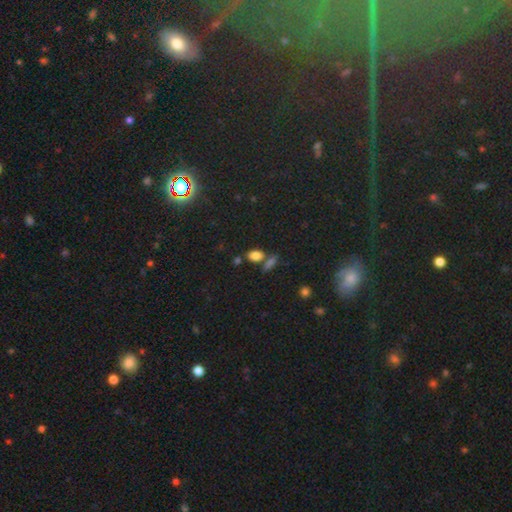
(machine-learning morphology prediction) smooth 79%, star or artifact 14%, featured or disk 7%. Down the decision tree: how rounded — in between (84%); merging — none (60%).